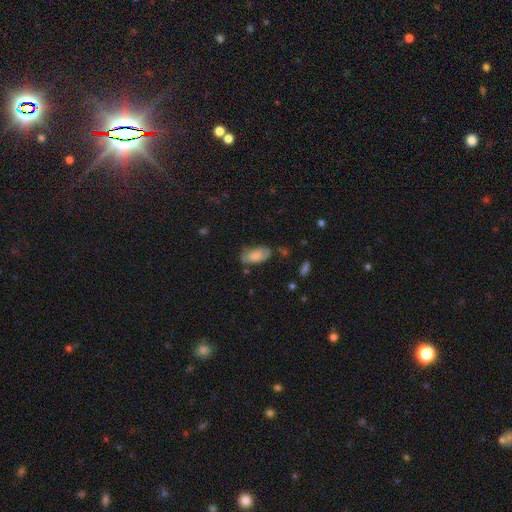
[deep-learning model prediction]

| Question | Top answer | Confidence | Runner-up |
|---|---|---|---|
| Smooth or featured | smooth | 70% | featured or disk (22%) |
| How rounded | in between | 93% | cigar-shaped (4%) |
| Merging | none | 56% | minor disturbance (30%) |